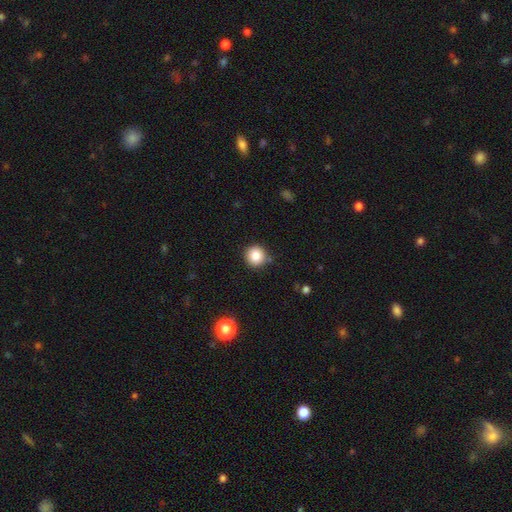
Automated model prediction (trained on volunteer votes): The model was most divided on "smooth or featured": smooth: 85%, star or artifact: 10%, featured or disk: 5%. More confident: how rounded — round (94%); merging — none (87%).